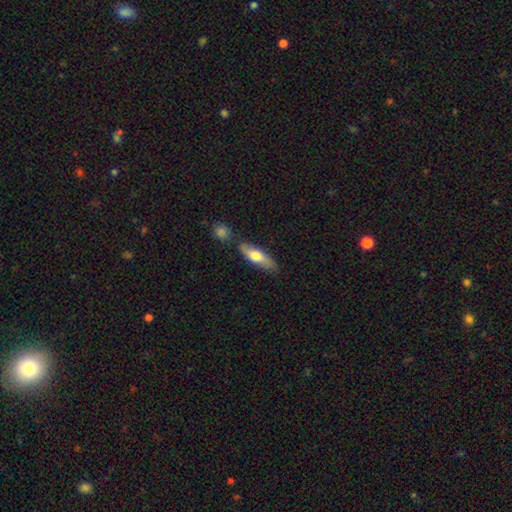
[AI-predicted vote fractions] Smooth or featured: smooth — 65% (featured or disk — 30%)
How rounded: in between — 50% (cigar-shaped — 48%)
Merging: none — 75% (minor disturbance — 13%)